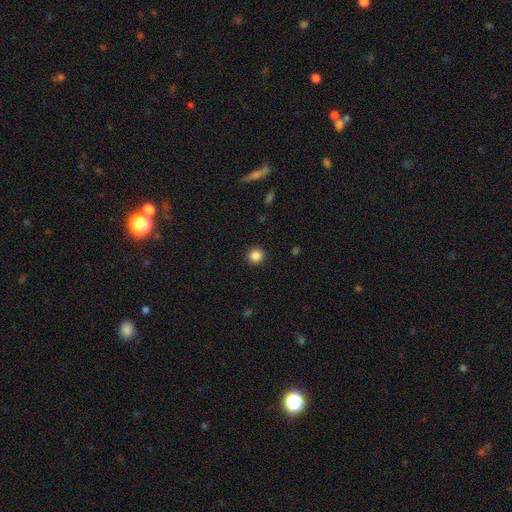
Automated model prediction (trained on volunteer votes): Smooth or featured: smooth — 86% (star or artifact — 11%)
How rounded: round — 93% (in between — 6%)
Merging: none — 92% (minor disturbance — 5%)